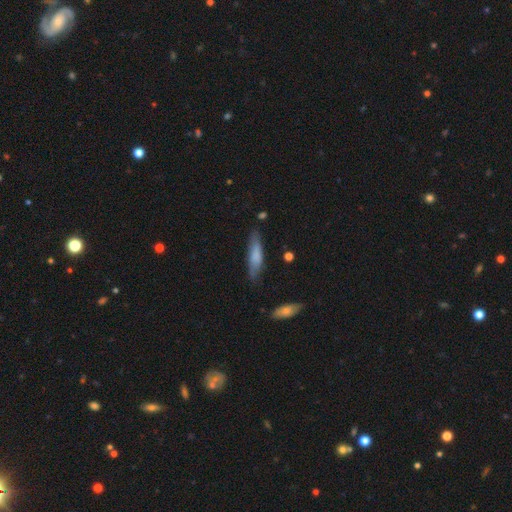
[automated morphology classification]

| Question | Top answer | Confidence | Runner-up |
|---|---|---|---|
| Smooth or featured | smooth | 71% | featured or disk (23%) |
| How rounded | cigar-shaped | 72% | in between (26%) |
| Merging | none | 77% | minor disturbance (18%) |